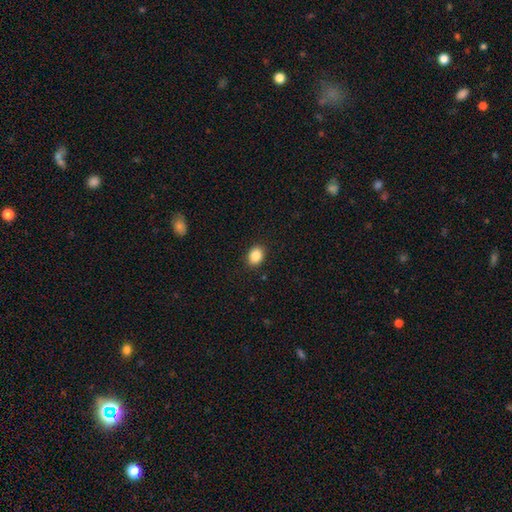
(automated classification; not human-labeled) Smooth or featured? Predicted: smooth (p=0.86). How rounded? Predicted: in between (p=0.63). Merging? Predicted: none (p=0.90).